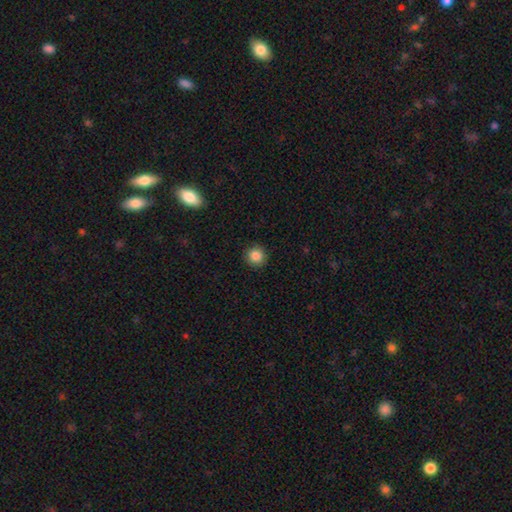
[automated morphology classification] A smooth galaxy with no disk features (85%) that is round (94%).

Vote fractions:
- Smooth or featured? smooth: 85% / star or artifact: 10% / featured or disk: 5%
- How rounded? round: 94% / in between: 5% / cigar-shaped: 1%
- Merging? none: 92% / minor disturbance: 6% / major disturbance: 2% / merger: 1%